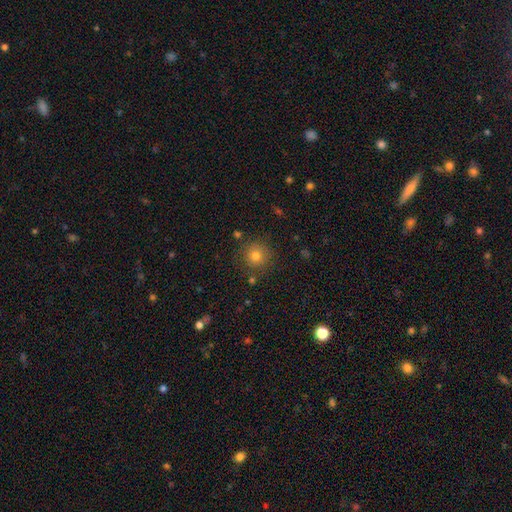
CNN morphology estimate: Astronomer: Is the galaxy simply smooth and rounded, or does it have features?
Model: smooth — 77%.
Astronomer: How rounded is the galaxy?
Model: round — 94%.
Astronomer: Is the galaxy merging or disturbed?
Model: none — 86%.